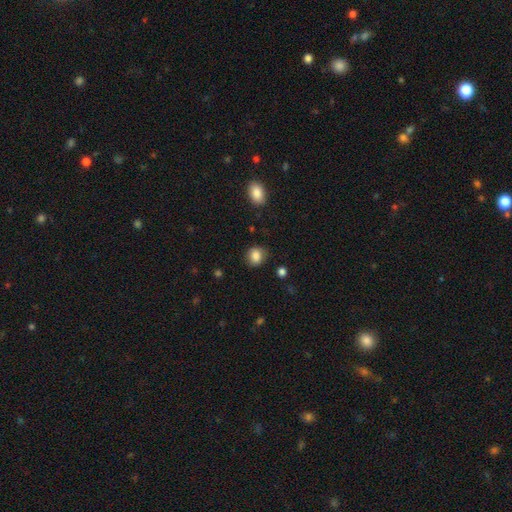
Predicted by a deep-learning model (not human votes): Smooth or featured? Predicted: smooth (p=0.85). How rounded? Predicted: round (p=0.63). Merging? Predicted: none (p=0.77).